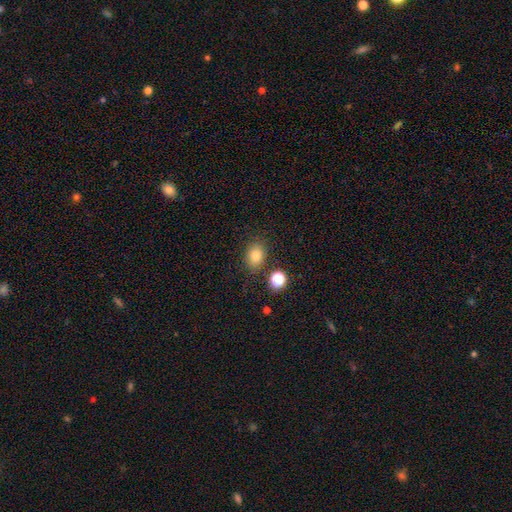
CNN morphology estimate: smooth_or_featured: smooth (p=0.79) [alt: star or artifact p=0.13]
how_rounded: in between (p=0.65) [alt: round p=0.34]
merging: none (p=0.81) [alt: minor disturbance p=0.11]